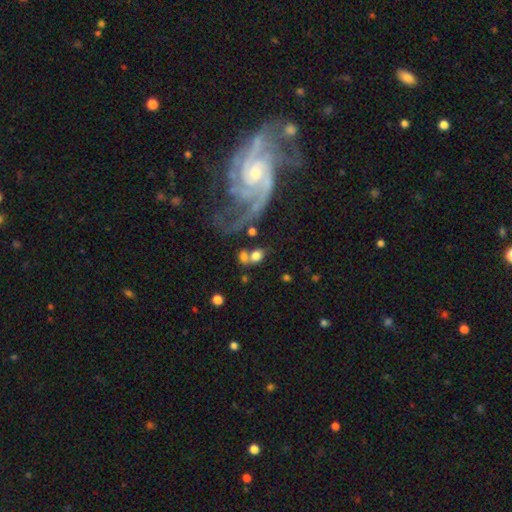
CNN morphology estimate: The model was most divided on "merging": none: 44%, merger: 30%, minor disturbance: 14%, major disturbance: 12%. More confident: smooth or featured — smooth (67%); how rounded — in between (59%).